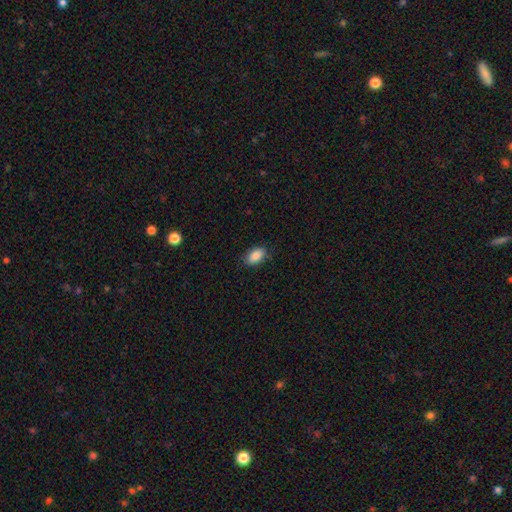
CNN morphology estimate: Smooth or featured?
  - smooth: 87% *
  - star or artifact: 7%
  - featured or disk: 6%
How rounded?
  - in between: 92% *
  - round: 6%
  - cigar-shaped: 2%
Merging?
  - none: 84% *
  - minor disturbance: 12%
  - major disturbance: 3%
  - merger: 1%